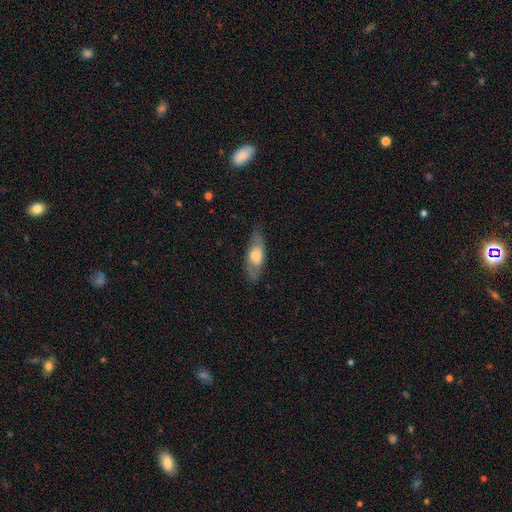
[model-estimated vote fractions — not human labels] Overall: smooth (53%; featured or disk 40%). How rounded: in between (69%). Merging: none (76%).